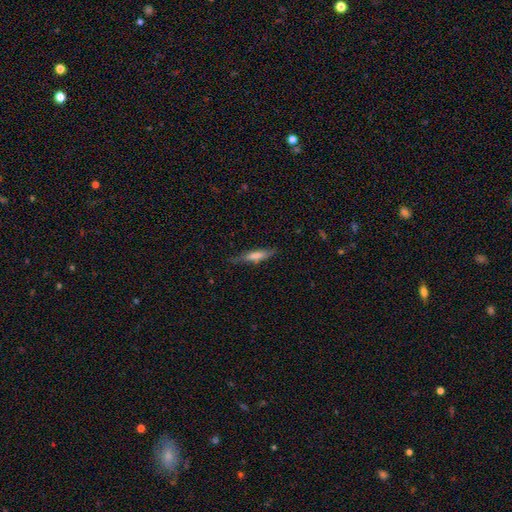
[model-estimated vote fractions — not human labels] Q: Smooth or featured?
A: smooth (54%); runner-up: featured or disk (38%)
Q: How rounded?
A: cigar-shaped (83%); runner-up: in between (15%)
Q: Merging?
A: none (77%); runner-up: minor disturbance (18%)